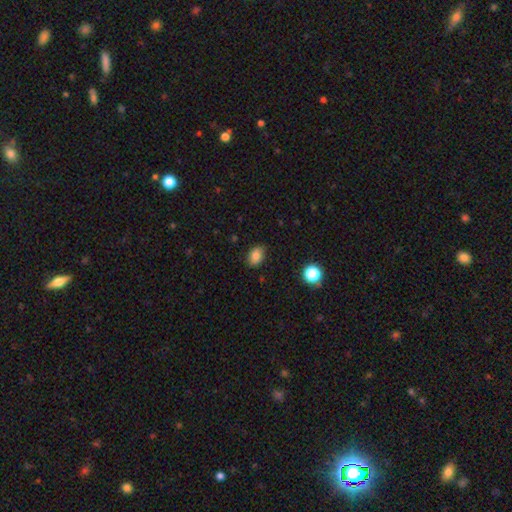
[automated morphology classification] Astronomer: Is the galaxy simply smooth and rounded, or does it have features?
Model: smooth — 82%.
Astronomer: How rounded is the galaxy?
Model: in between — 76%.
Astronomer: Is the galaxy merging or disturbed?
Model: none — 85%.